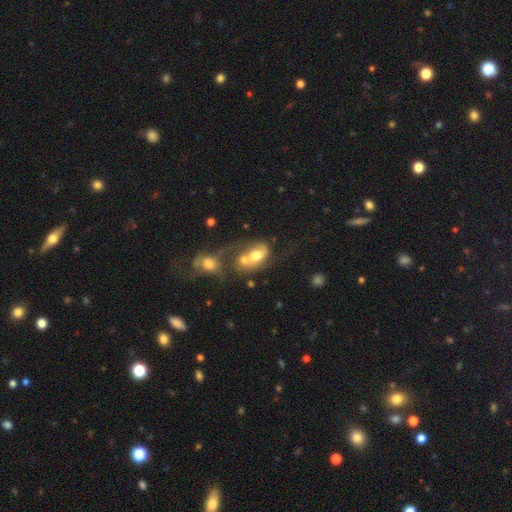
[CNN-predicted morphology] Q: Smooth or featured?
A: smooth (52%); runner-up: featured or disk (38%)
Q: How rounded?
A: in between (76%); runner-up: round (22%)
Q: Merging?
A: merger (69%); runner-up: none (12%)